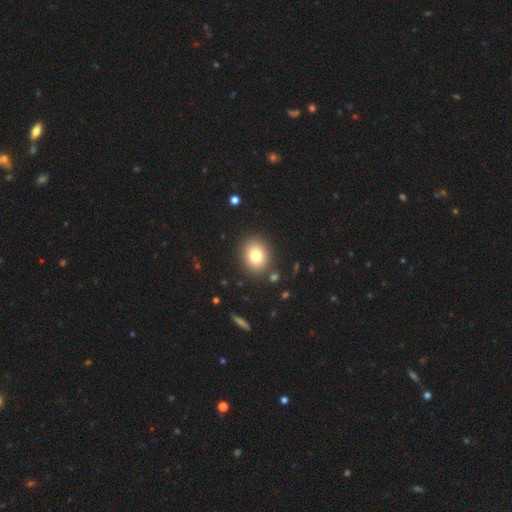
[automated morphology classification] Smooth or featured? smooth (78%)
How rounded? round (64%)
Merging? none (87%)